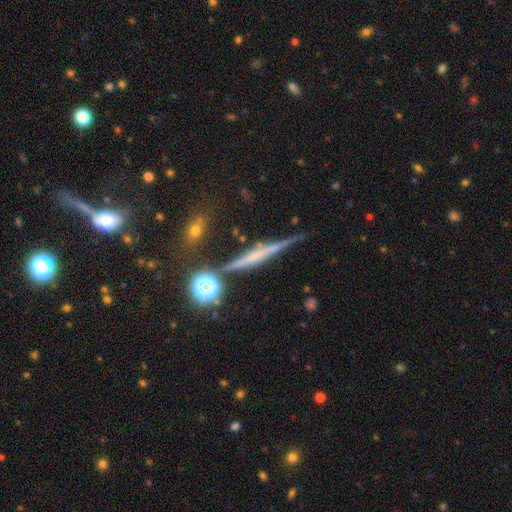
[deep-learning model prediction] Smooth or featured: featured or disk — 61% (smooth — 26%)
Edge-on disk: yes — 96% (no — 4%)
Edge-on bulge: none — 53% (rounded — 27%)
Merging: none — 79% (minor disturbance — 13%)